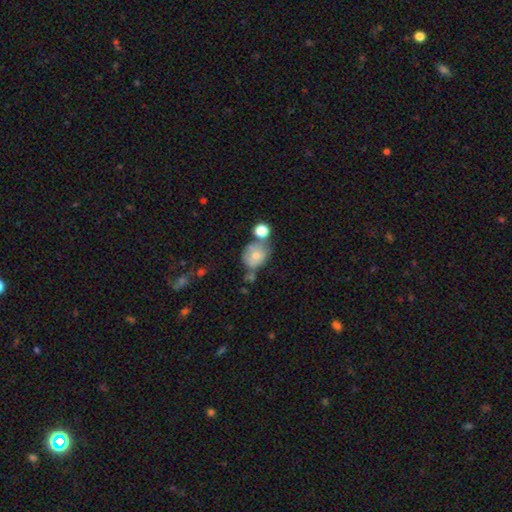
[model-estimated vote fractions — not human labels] smooth_or_featured: smooth (p=0.68) [alt: featured or disk p=0.22]
how_rounded: round (p=0.63) [alt: in between p=0.36]
merging: none (p=0.39) [alt: merger p=0.30]